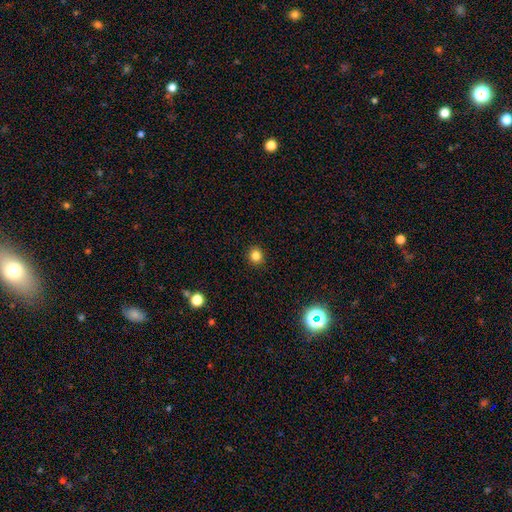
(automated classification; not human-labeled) This is clearly a smooth galaxy (82%). How rounded: clearly round (85%). Merging: clearly none (92%).